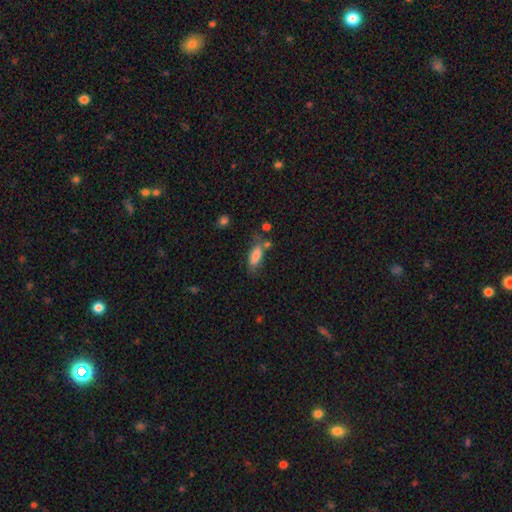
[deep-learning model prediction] Smooth or featured? smooth (82%)
How rounded? in between (75%)
Merging? none (54%)